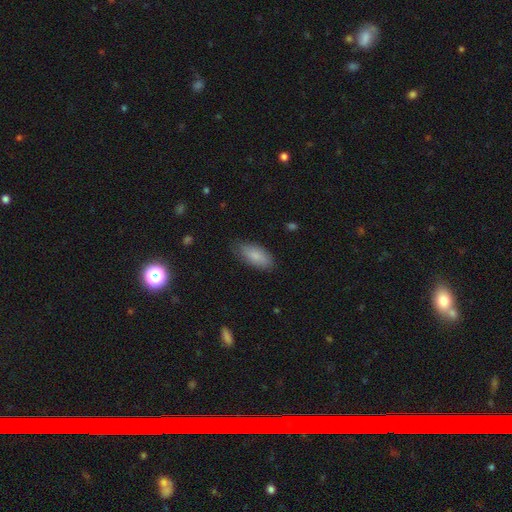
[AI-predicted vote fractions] smooth_or_featured: smooth (p=0.85) [alt: featured or disk p=0.09]
how_rounded: in between (p=0.87) [alt: cigar-shaped p=0.11]
merging: none (p=0.77) [alt: minor disturbance p=0.18]